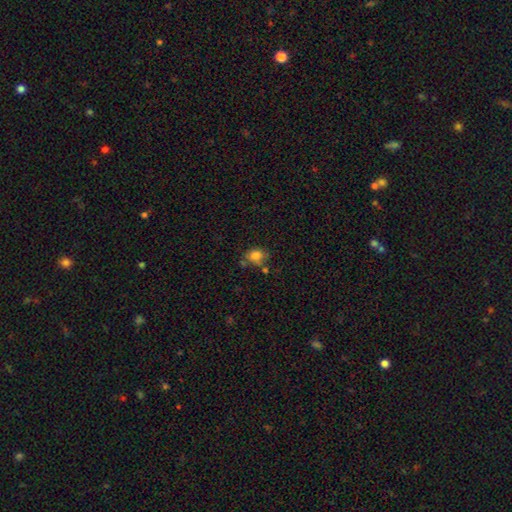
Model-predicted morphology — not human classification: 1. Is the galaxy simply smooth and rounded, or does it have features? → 80% smooth, 11% star or artifact, 9% featured or disk.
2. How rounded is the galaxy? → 52% round, 47% in between, 1% cigar-shaped.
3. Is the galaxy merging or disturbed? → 59% none, 20% minor disturbance, 15% merger, 6% major disturbance.